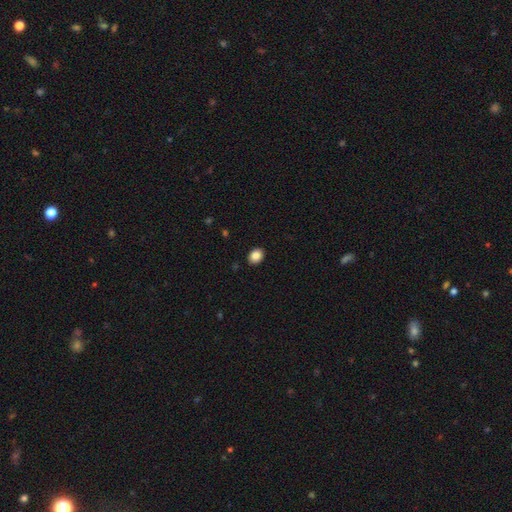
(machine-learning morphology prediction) A smooth galaxy with no disk features (86%) that is in between round and cigar-shaped (58%). Merging: none (90%).